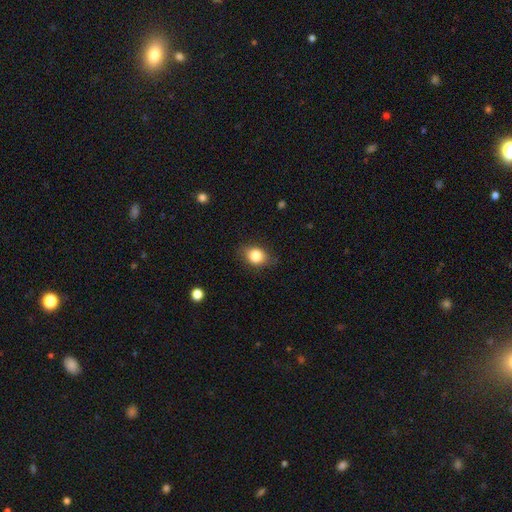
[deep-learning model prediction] Smooth or featured? smooth (82%)
How rounded? in between (57%)
Merging? none (78%)